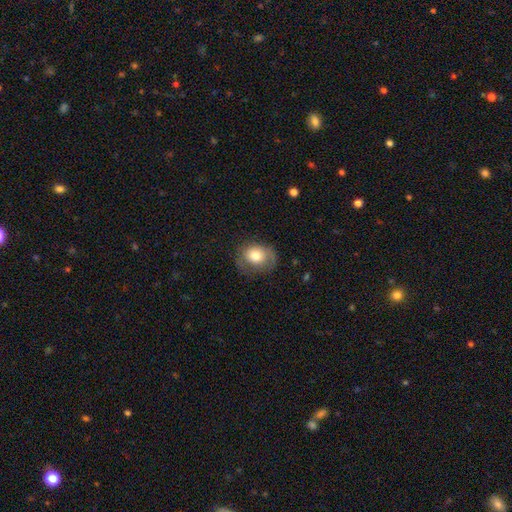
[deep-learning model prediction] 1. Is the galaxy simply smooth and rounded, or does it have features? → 68% smooth, 24% featured or disk, 8% star or artifact.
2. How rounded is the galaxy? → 58% round, 41% in between, 1% cigar-shaped.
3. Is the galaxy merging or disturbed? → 62% none, 24% minor disturbance, 13% major disturbance, 1% merger.